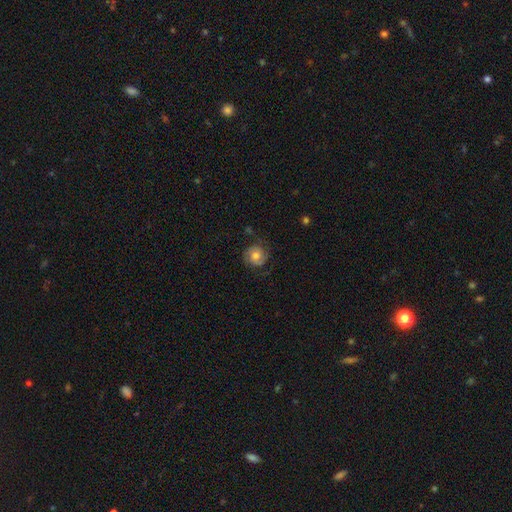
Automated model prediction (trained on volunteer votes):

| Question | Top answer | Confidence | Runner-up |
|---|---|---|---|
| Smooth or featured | featured or disk | 62% | smooth (30%) |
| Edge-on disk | no | 98% | yes (2%) |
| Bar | no | 74% | weak (21%) |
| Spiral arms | yes | 90% | no (10%) |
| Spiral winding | tight | 51% | medium (36%) |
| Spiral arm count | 2 | 80% | can't tell (10%) |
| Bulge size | moderate | 68% | small (18%) |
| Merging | none | 77% | minor disturbance (15%) |